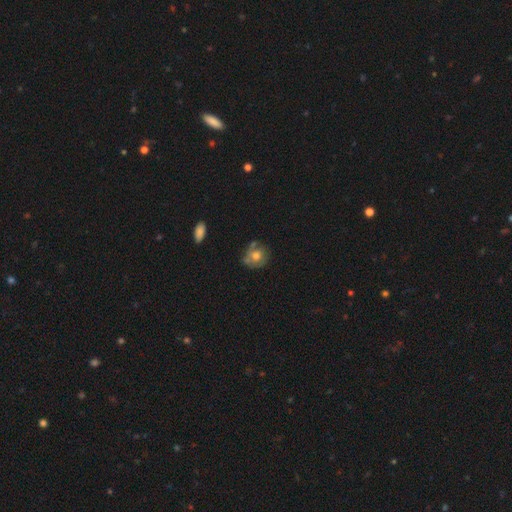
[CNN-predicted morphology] Smooth or featured?
  - smooth: 58% *
  - featured or disk: 33%
  - star or artifact: 9%
How rounded?
  - round: 74% *
  - in between: 25%
  - cigar-shaped: 1%
Merging?
  - none: 56% *
  - minor disturbance: 24%
  - merger: 11%
  - major disturbance: 9%